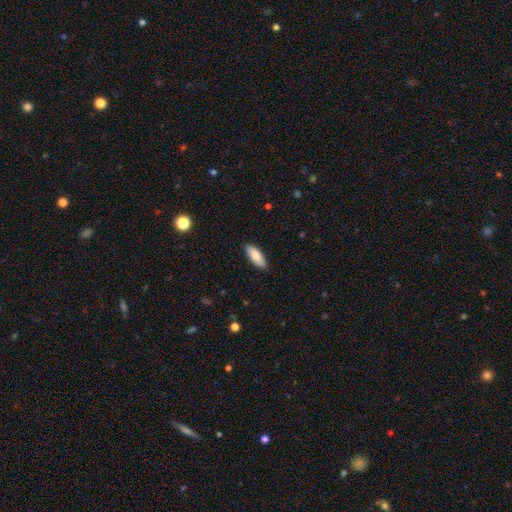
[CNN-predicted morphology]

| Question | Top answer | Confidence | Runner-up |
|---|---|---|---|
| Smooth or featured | smooth | 85% | featured or disk (9%) |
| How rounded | in between | 69% | cigar-shaped (29%) |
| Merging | none | 88% | minor disturbance (10%) |